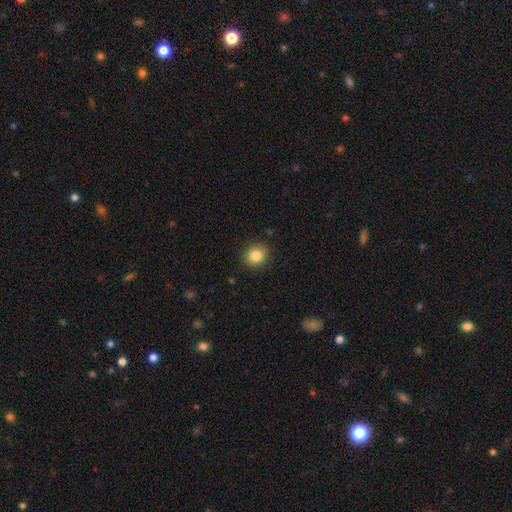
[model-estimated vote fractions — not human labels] smooth_or_featured: smooth (p=0.84) [alt: star or artifact p=0.10]
how_rounded: round (p=0.81) [alt: in between p=0.19]
merging: none (p=0.89) [alt: minor disturbance p=0.07]